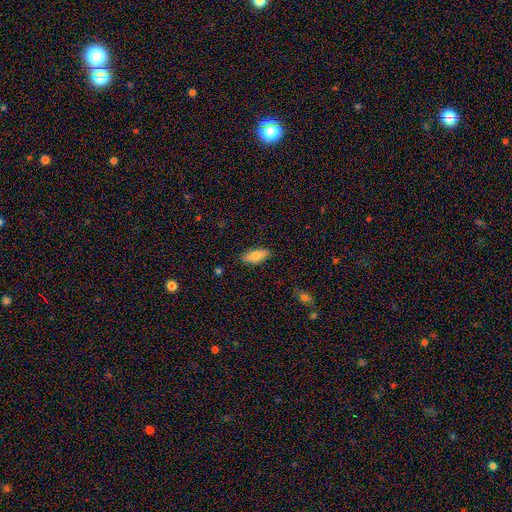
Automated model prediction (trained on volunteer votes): The model was most divided on "smooth or featured": smooth: 79%, featured or disk: 14%, star or artifact: 7%. More confident: merging — none (87%); how rounded — in between (81%).